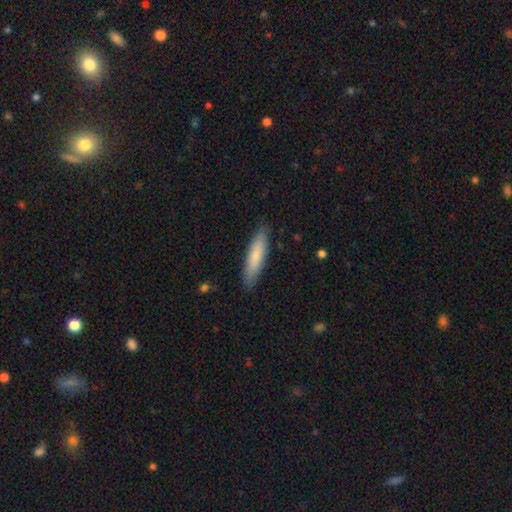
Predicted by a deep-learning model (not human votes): Morphology: type=smooth (80%); roundness=cigar-shaped (79%); merging=none (88%).